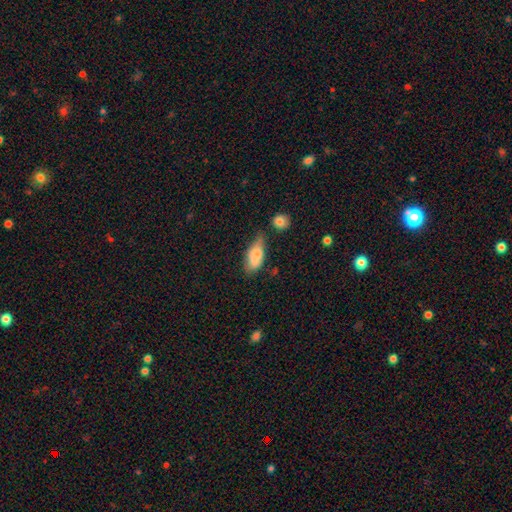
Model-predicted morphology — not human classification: A smooth galaxy with no disk features (72%) that is in between round and cigar-shaped (78%). Merging: none (43%).